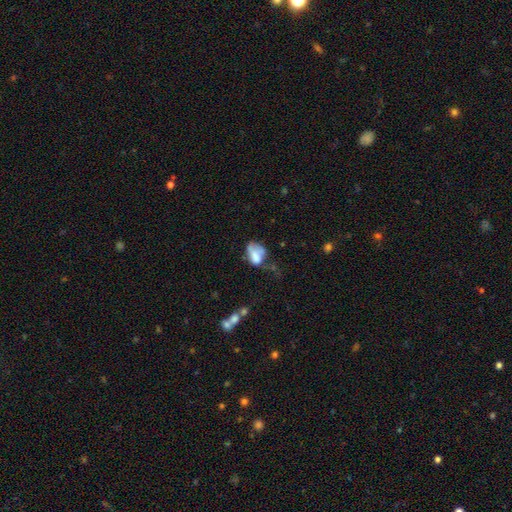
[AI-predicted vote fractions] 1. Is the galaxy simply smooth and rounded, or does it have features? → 62% smooth, 27% featured or disk, 10% star or artifact.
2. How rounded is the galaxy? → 81% in between, 17% round, 2% cigar-shaped.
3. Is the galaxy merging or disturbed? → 32% major disturbance, 27% minor disturbance, 24% none, 17% merger.